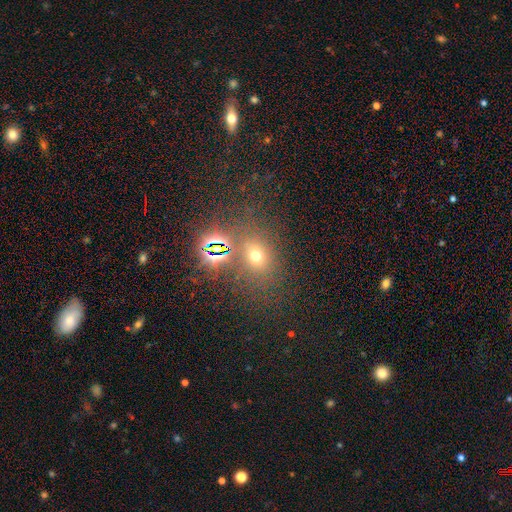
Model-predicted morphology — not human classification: This appears to be a smooth galaxy with no disk features (55%) that is round (58%). Merging: none (71%).